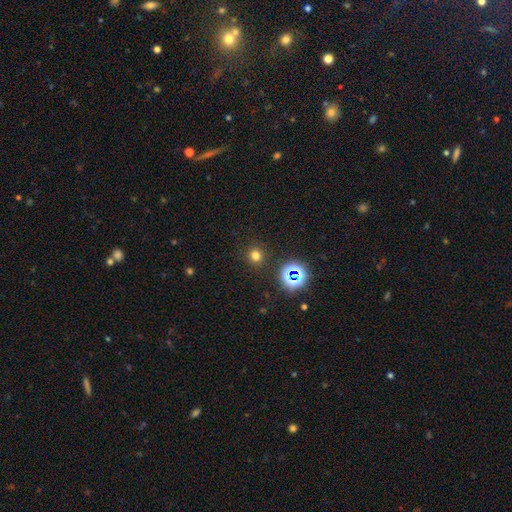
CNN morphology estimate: type=smooth (71%); roundness=round (91%); merging=none (89%).